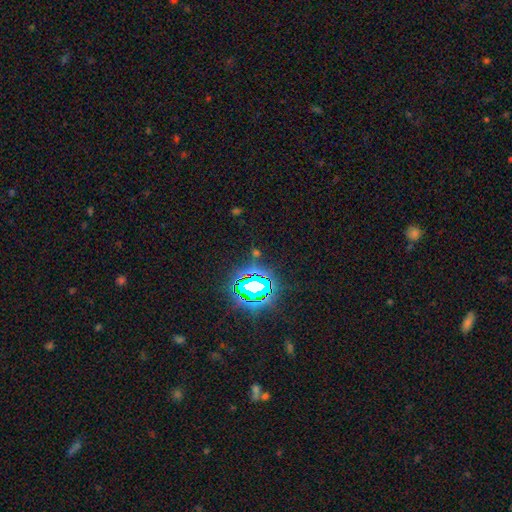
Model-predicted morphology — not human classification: This appears to be a star or artifact, not a galaxy (76%).